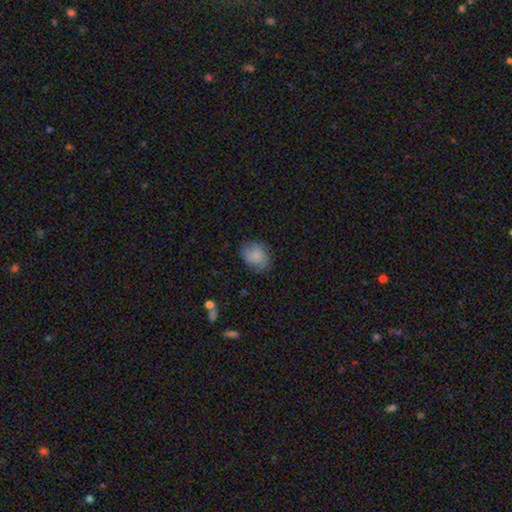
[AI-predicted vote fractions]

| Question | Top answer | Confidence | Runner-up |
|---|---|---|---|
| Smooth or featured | smooth | 82% | featured or disk (10%) |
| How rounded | in between | 55% | round (44%) |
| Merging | none | 73% | minor disturbance (21%) |